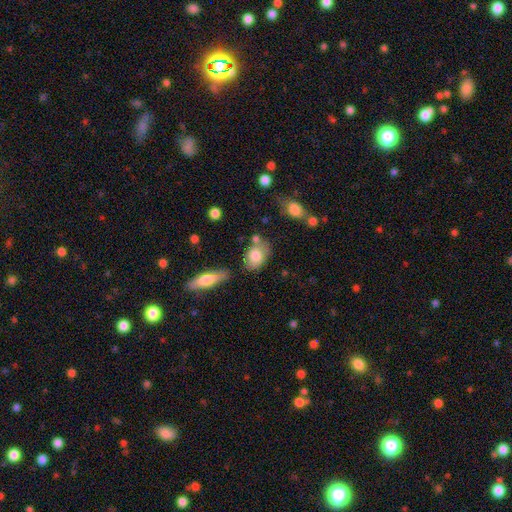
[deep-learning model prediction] Q: Smooth or featured?
A: smooth (79%); runner-up: featured or disk (13%)
Q: How rounded?
A: in between (80%); runner-up: round (18%)
Q: Merging?
A: none (63%); runner-up: minor disturbance (21%)